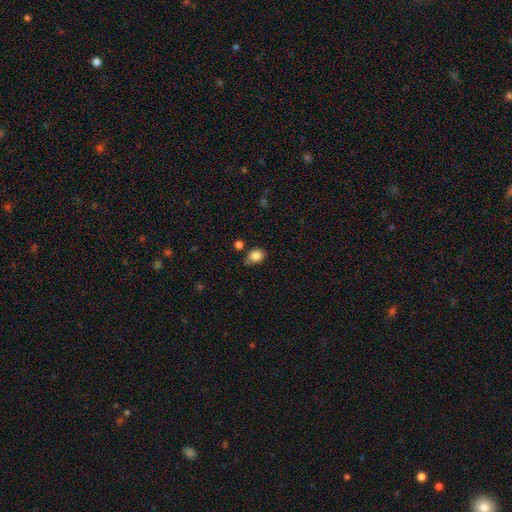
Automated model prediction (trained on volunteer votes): smooth-or-featured: smooth: 85% | star or artifact: 10% | featured or disk: 5%
  how-rounded: round: 61% | in between: 38% | cigar-shaped: 1%
  merging: none: 70% | minor disturbance: 18% | merger: 8% | major disturbance: 4%